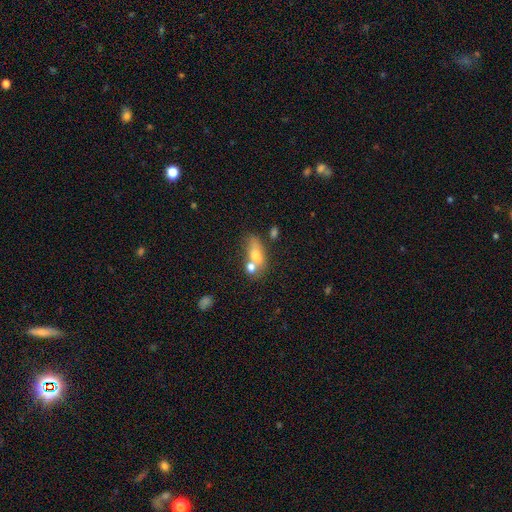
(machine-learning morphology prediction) This is likely a smooth galaxy (66%). How rounded: likely in between (70%). Merging: marginally merger (42%).